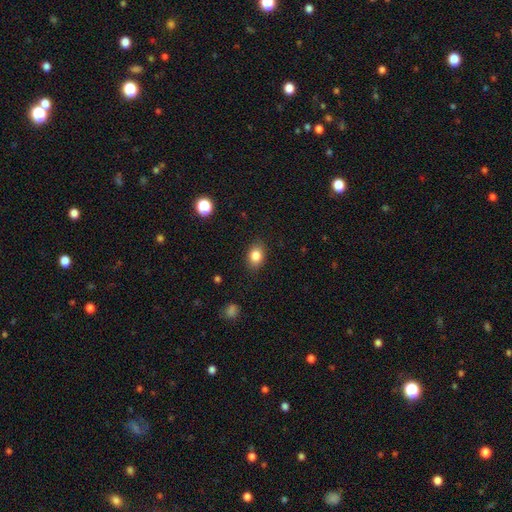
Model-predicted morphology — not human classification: Smooth or featured? smooth (84%)
How rounded? in between (71%)
Merging? none (86%)